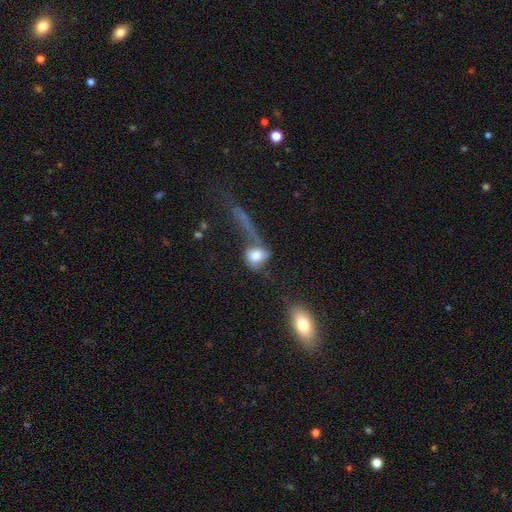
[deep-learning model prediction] smooth_or_featured: smooth (p=0.65) [alt: featured or disk p=0.24]
how_rounded: round (p=0.48) [alt: in between p=0.47]
merging: major disturbance (p=0.44) [alt: none p=0.21]